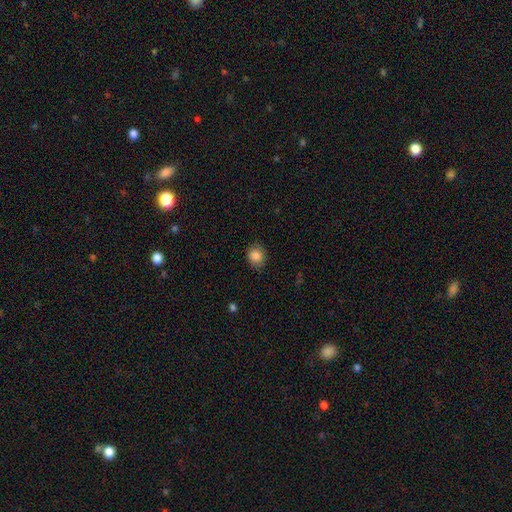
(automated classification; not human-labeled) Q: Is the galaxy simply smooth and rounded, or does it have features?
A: smooth — 86%.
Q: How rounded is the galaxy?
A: round — 68%.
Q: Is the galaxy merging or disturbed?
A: none — 82%.